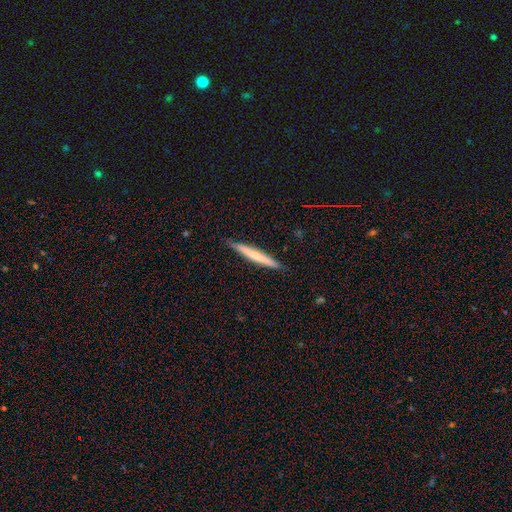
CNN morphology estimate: Smooth or featured? Predicted: smooth (p=0.54). How rounded? Predicted: cigar-shaped (p=0.96). Merging? Predicted: none (p=0.88).